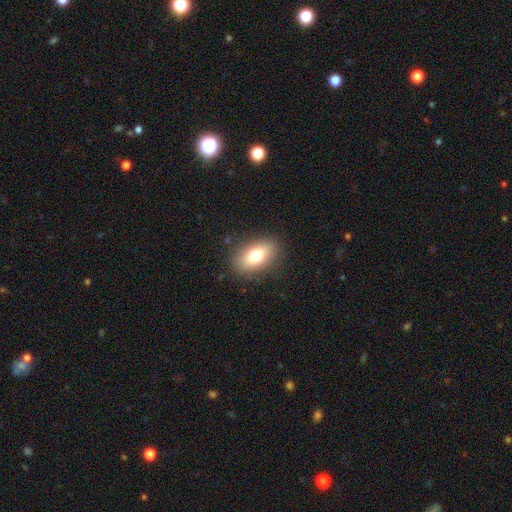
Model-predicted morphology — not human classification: This is likely a smooth galaxy (76%). How rounded: clearly in between (87%). Merging: clearly none (86%).